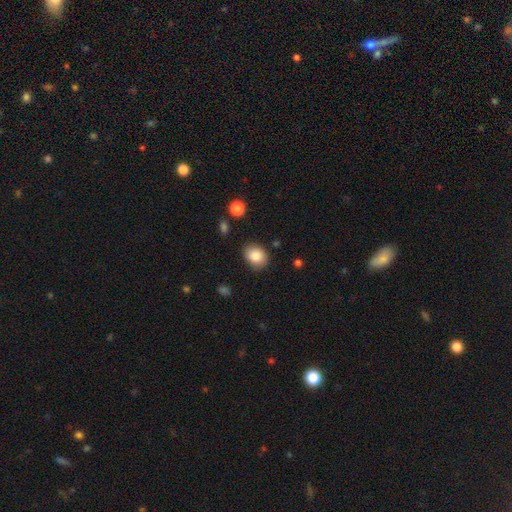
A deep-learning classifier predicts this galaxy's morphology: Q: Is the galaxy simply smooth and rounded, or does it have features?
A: smooth — 86%.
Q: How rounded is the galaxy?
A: in between — 53%.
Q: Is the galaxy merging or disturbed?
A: none — 82%.